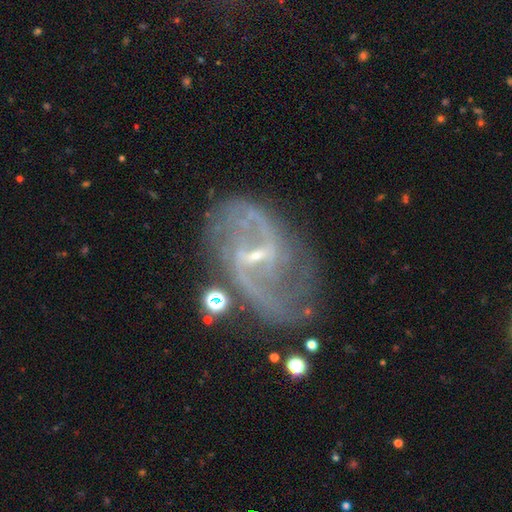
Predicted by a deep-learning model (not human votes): Q: Smooth or featured?
A: featured or disk (86%); runner-up: star or artifact (8%)
Q: Edge-on disk?
A: no (97%); runner-up: yes (3%)
Q: Bar?
A: weak (50%); runner-up: strong (33%)
Q: Spiral arms?
A: yes (92%); runner-up: no (8%)
Q: Spiral winding?
A: loose (53%); runner-up: medium (35%)
Q: Spiral arm count?
A: 2 (80%); runner-up: can't tell (9%)
Q: Bulge size?
A: small (78%); runner-up: moderate (13%)
Q: Merging?
A: none (60%); runner-up: minor disturbance (20%)